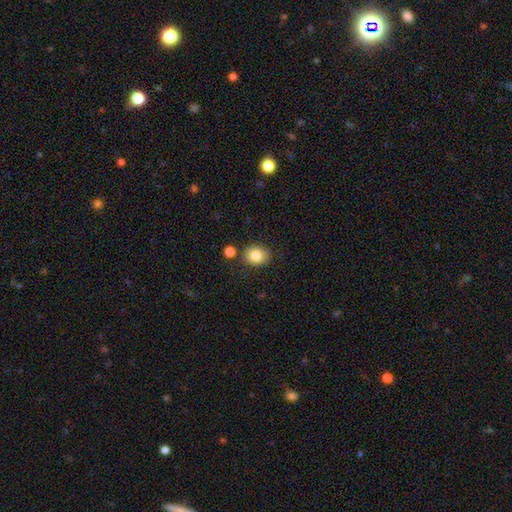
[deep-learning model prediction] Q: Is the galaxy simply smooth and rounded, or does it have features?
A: smooth — 83%.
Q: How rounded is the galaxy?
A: round — 55%.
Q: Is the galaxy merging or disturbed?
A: none — 79%.